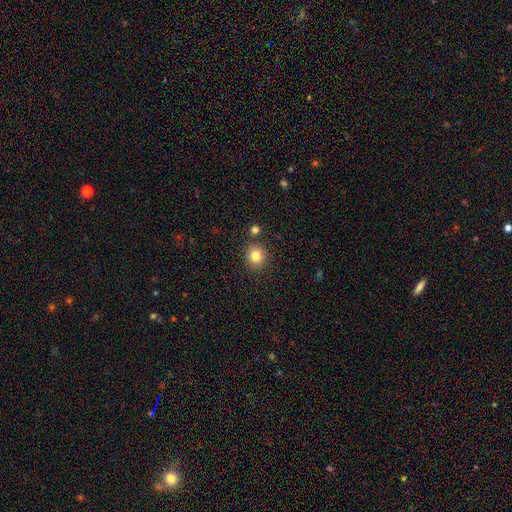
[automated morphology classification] This appears to be a smooth galaxy with no disk features (82%) that is round (89%). Merging: none (86%).